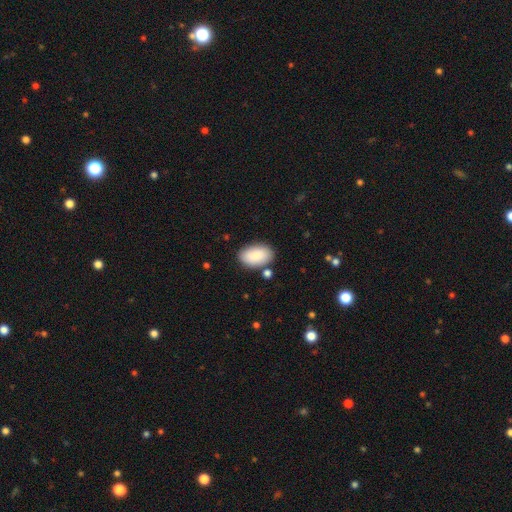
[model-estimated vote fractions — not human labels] smooth 88%, star or artifact 6%, featured or disk 6%. Down the decision tree: how rounded — in between (94%); merging — none (79%).